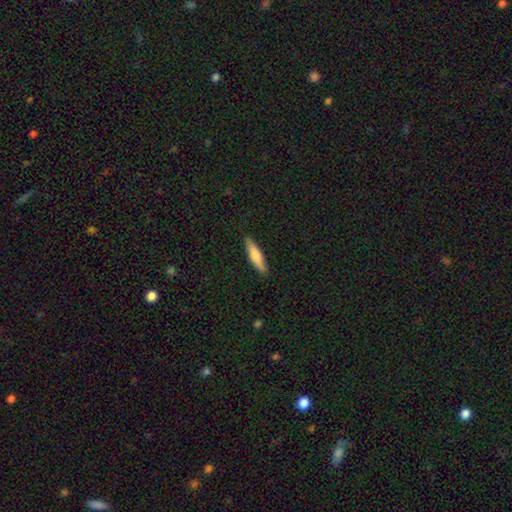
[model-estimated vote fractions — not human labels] Smooth or featured: smooth — 73% (featured or disk — 22%)
How rounded: cigar-shaped — 78% (in between — 21%)
Merging: none — 88% (minor disturbance — 9%)